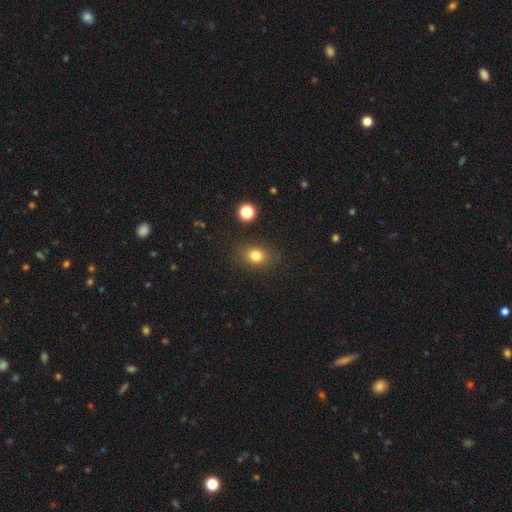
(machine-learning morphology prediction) smooth-or-featured: smooth: 79% | star or artifact: 13% | featured or disk: 7%
  how-rounded: round: 54% | in between: 45% | cigar-shaped: 1%
  merging: none: 83% | minor disturbance: 11% | major disturbance: 4% | merger: 2%